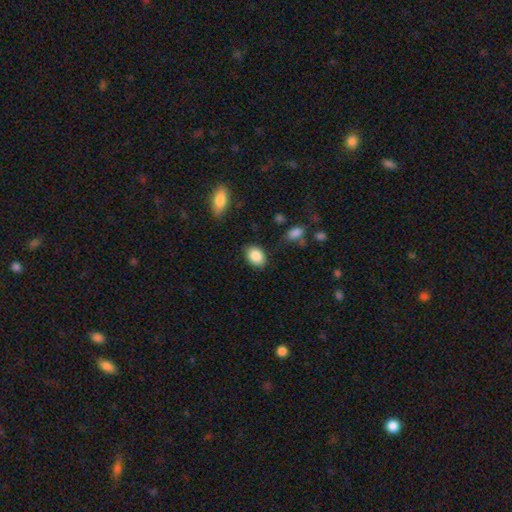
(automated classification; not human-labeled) smooth_or_featured: smooth (p=0.88) [alt: star or artifact p=0.08]
how_rounded: in between (p=0.72) [alt: round p=0.27]
merging: none (p=0.79) [alt: minor disturbance p=0.15]